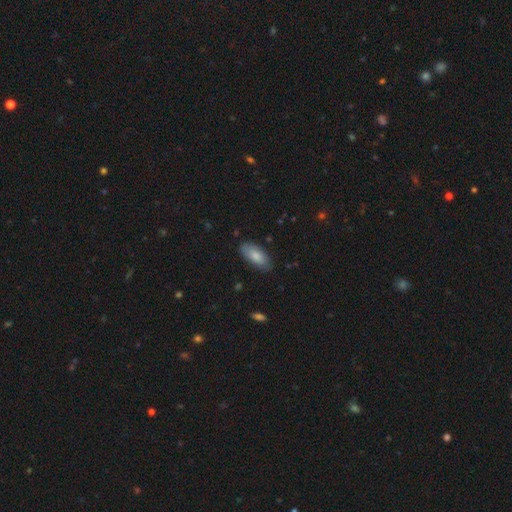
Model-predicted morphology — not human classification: Smooth or featured?
  - smooth: 82% *
  - featured or disk: 12%
  - star or artifact: 6%
How rounded?
  - in between: 87% *
  - cigar-shaped: 11%
  - round: 2%
Merging?
  - none: 82% *
  - minor disturbance: 14%
  - major disturbance: 3%
  - merger: 1%